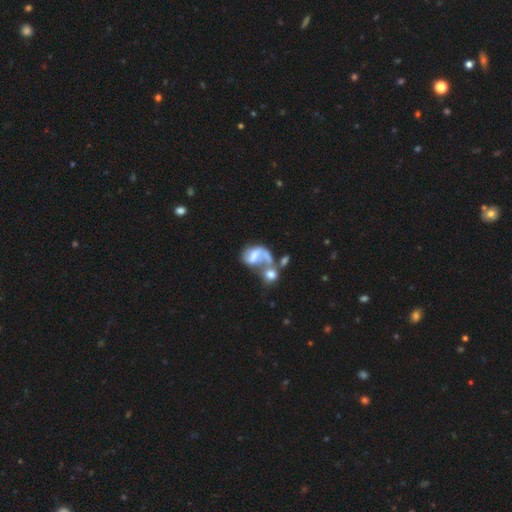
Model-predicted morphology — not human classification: smooth_or_featured: featured or disk (p=0.58) [alt: smooth p=0.32]
disk_edge_on: no (p=0.97) [alt: yes p=0.03]
bar: no (p=0.47) [alt: weak p=0.33]
has_spiral_arms: yes (p=0.62) [alt: no p=0.38]
bulge_size: none (p=0.37) [alt: moderate p=0.27]
merging: merger (p=0.54) [alt: major disturbance p=0.23]